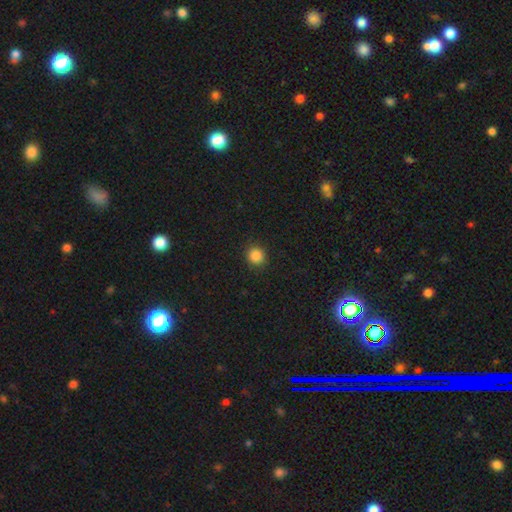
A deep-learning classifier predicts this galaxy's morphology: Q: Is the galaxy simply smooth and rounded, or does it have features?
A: smooth — 85%.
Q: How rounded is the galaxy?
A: round — 88%.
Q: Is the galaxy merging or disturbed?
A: none — 91%.